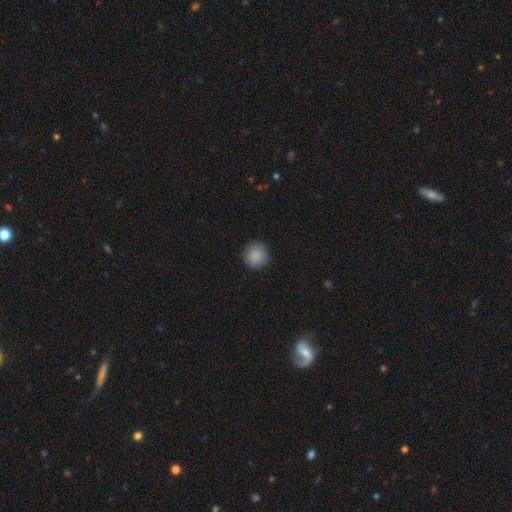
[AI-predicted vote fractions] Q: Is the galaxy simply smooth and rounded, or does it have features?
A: smooth — 88%.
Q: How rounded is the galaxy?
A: round — 94%.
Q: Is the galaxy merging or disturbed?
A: none — 91%.